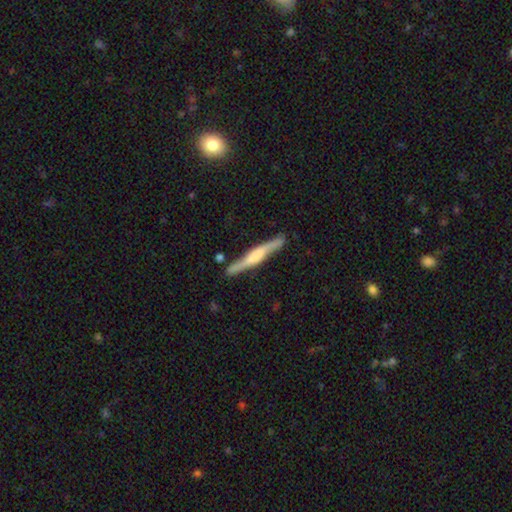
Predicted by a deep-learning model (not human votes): Smooth or featured? Predicted: featured or disk (p=0.64). Edge-on disk? Predicted: yes (p=0.92). Edge-on bulge? Predicted: rounded (p=0.48). Merging? Predicted: none (p=0.81).